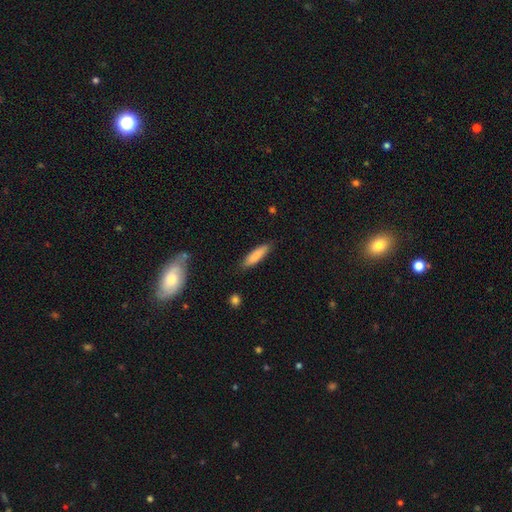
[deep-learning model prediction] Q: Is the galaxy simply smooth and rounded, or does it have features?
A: smooth — 84%.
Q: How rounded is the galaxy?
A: cigar-shaped — 73%.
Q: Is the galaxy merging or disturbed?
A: none — 84%.